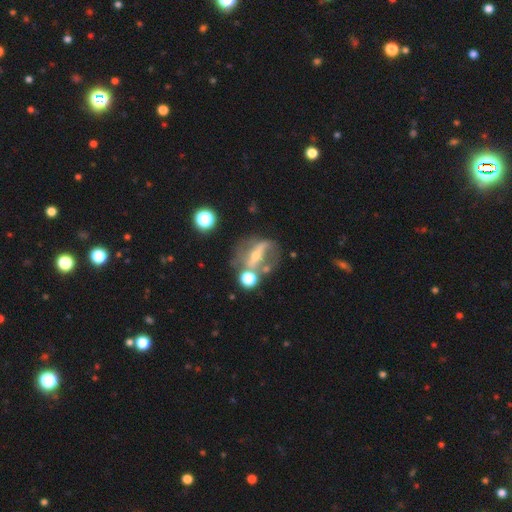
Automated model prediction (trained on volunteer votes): This is likely a featured or disk galaxy (73%). It is clearly not viewed edge-on (82%). Bar: likely strong (64%). Spiral arm pattern: likely yes (63%). Central bulge: possibly small (54%). Merging: possibly none (50%).